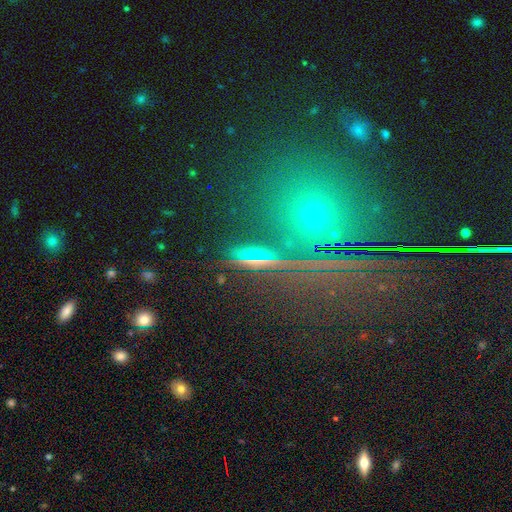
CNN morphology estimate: smooth-or-featured: star or artifact: 55% | smooth: 25% | featured or disk: 20%